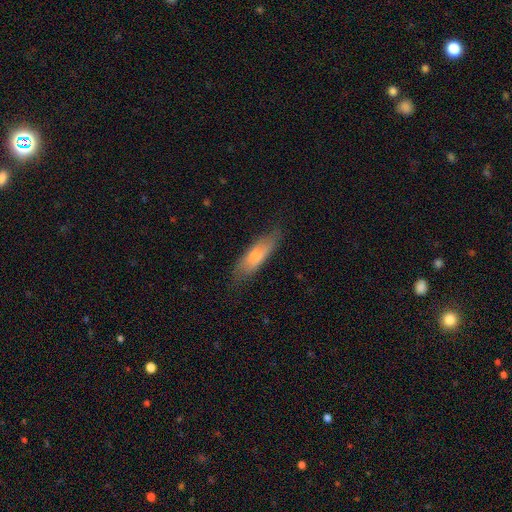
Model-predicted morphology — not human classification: smooth_or_featured: smooth (p=0.71) [alt: featured or disk p=0.23]
how_rounded: cigar-shaped (p=0.51) [alt: in between p=0.47]
merging: none (p=0.73) [alt: minor disturbance p=0.21]